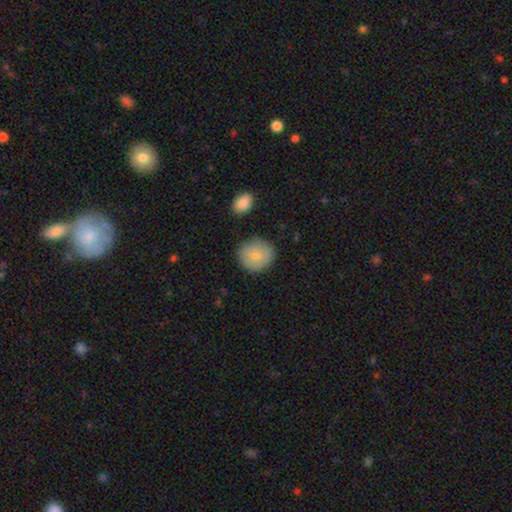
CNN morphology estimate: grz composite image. It shows a smooth galaxy with no disk features (76%) that is round (87%). Merging: none (80%).